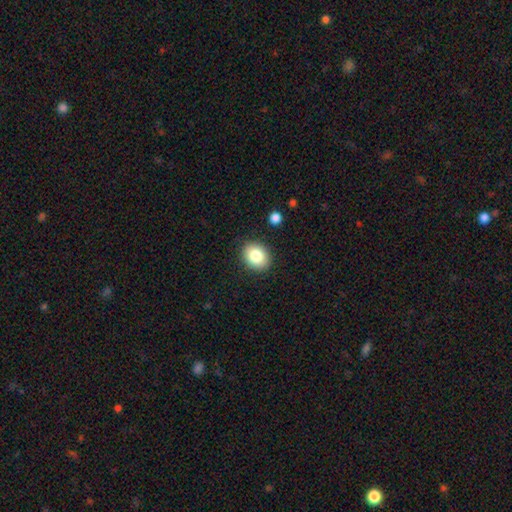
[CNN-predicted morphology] This is clearly a smooth galaxy (83%). How rounded: possibly round (54%). Merging: clearly none (88%).